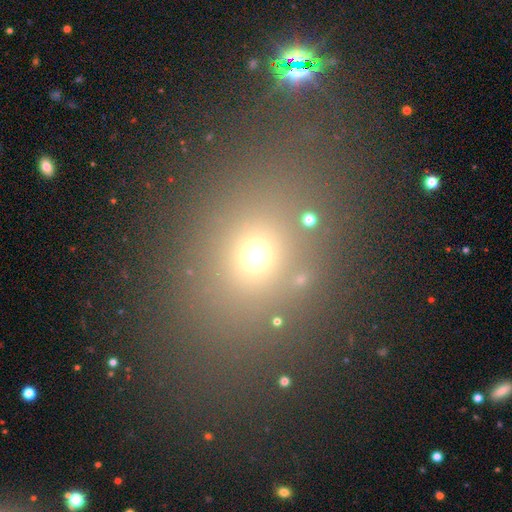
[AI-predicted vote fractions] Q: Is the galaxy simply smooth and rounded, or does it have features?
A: smooth — 63%.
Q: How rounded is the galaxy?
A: round — 53%.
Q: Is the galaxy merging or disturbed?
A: none — 78%.